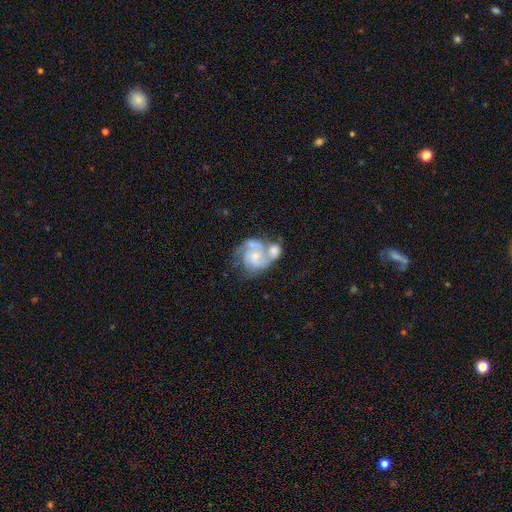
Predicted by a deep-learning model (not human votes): Q: Smooth or featured?
A: featured or disk (78%); runner-up: smooth (17%)
Q: Edge-on disk?
A: no (98%); runner-up: yes (2%)
Q: Bar?
A: no (70%); runner-up: weak (25%)
Q: Spiral arms?
A: yes (88%); runner-up: no (12%)
Q: Spiral winding?
A: tight (45%); runner-up: medium (42%)
Q: Spiral arm count?
A: 2 (57%); runner-up: can't tell (19%)
Q: Bulge size?
A: small (50%); runner-up: moderate (35%)
Q: Merging?
A: merger (56%); runner-up: none (20%)